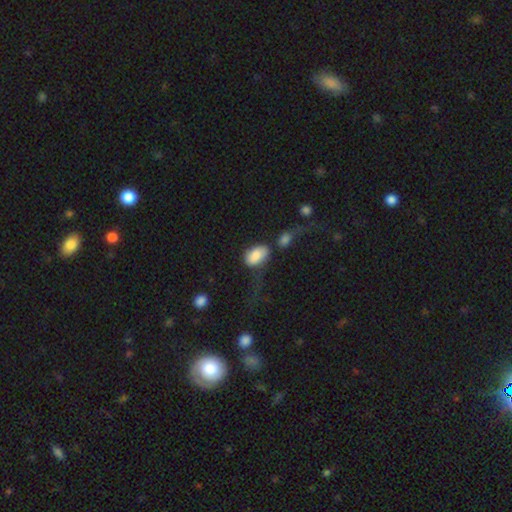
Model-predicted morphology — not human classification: This appears to be a smooth galaxy with no disk features (83%) that is in between round and cigar-shaped (93%). Merging: none (32%).